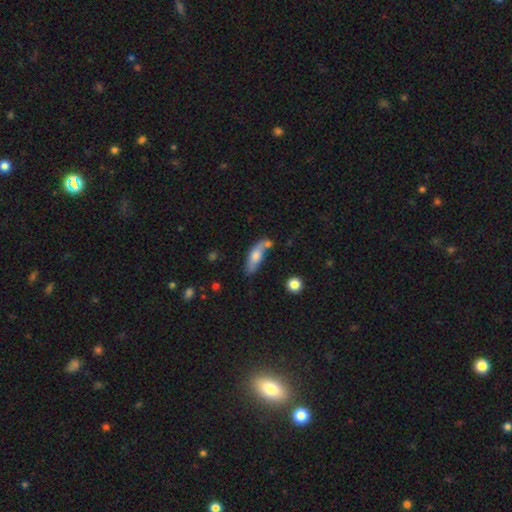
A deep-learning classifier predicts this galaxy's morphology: A smooth galaxy with no disk features (69%) that is in between round and cigar-shaped (57%).

Vote fractions:
- Smooth or featured? smooth: 69% / featured or disk: 25% / star or artifact: 7%
- How rounded? in between: 57% / cigar-shaped: 40% / round: 3%
- Merging? none: 51% / merger: 21% / minor disturbance: 20% / major disturbance: 7%